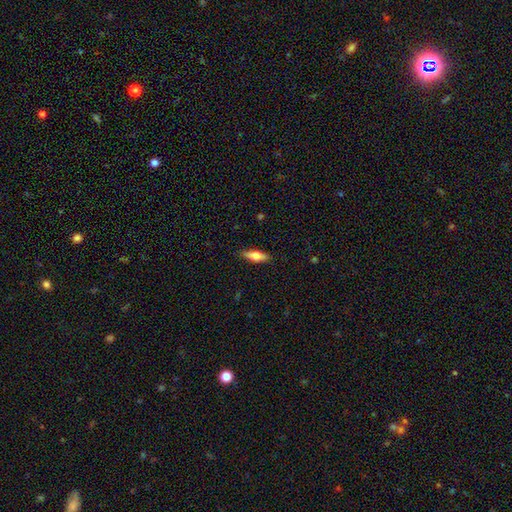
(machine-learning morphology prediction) type=smooth (63%); roundness=in between (54%); merging=none (87%).